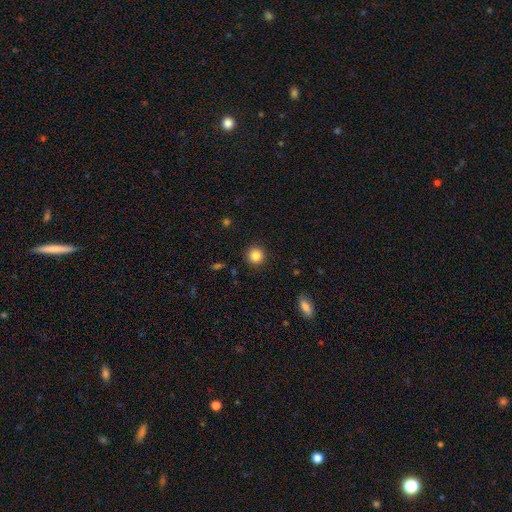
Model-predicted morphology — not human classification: Smooth or featured: smooth — 86% (star or artifact — 10%)
How rounded: round — 95% (in between — 4%)
Merging: none — 91% (minor disturbance — 5%)